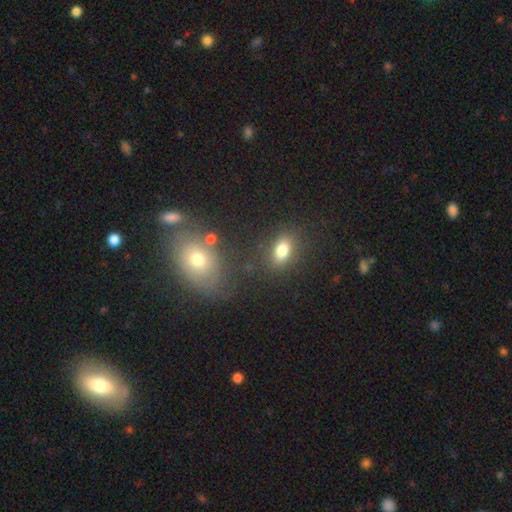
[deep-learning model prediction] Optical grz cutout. It shows a smooth galaxy with no disk features (56%) that is in between round and cigar-shaped (60%). Merging: none (68%).